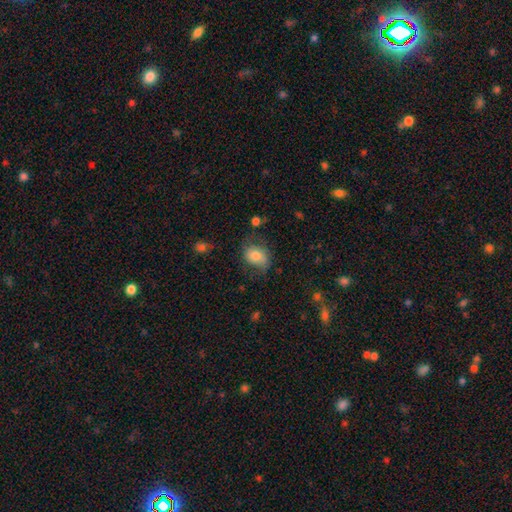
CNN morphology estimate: Overall: smooth (71%). How rounded: in between (60%; round 39%). Merging: none (58%; minor disturbance 27%).